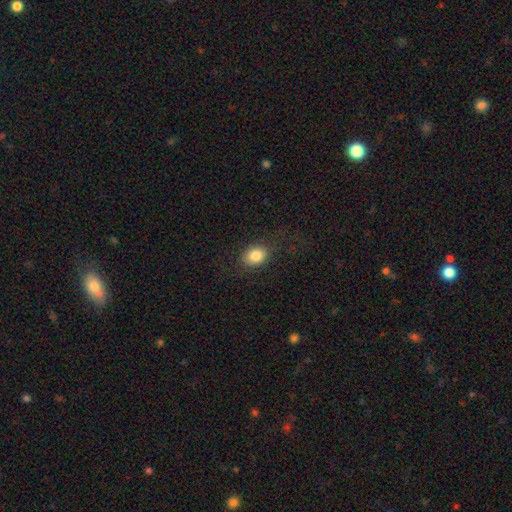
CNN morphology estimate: A smooth galaxy with no disk features (83%) that is in between round and cigar-shaped (57%). Merging: none (81%).